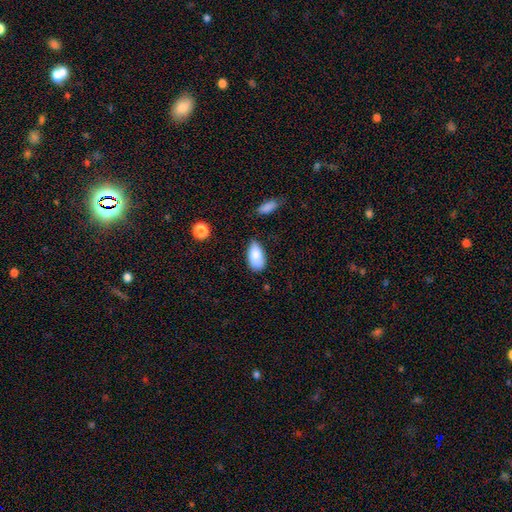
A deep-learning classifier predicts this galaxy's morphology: smooth 85%, featured or disk 8%, star or artifact 7%. Down the decision tree: how rounded — in between (93%); merging — none (70%).